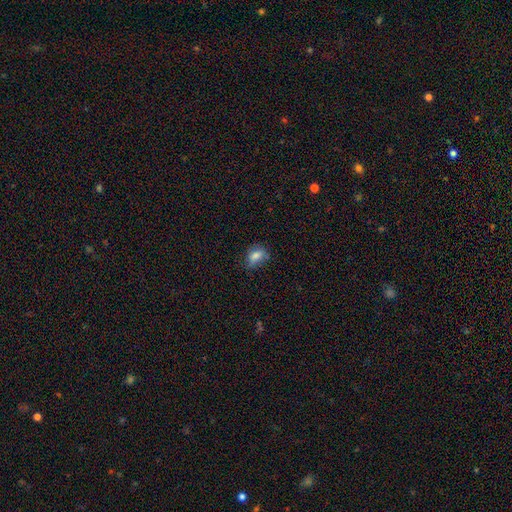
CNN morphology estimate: smooth_or_featured: smooth (p=0.78) [alt: featured or disk p=0.12]
how_rounded: in between (p=0.74) [alt: round p=0.23]
merging: none (p=0.62) [alt: minor disturbance p=0.28]